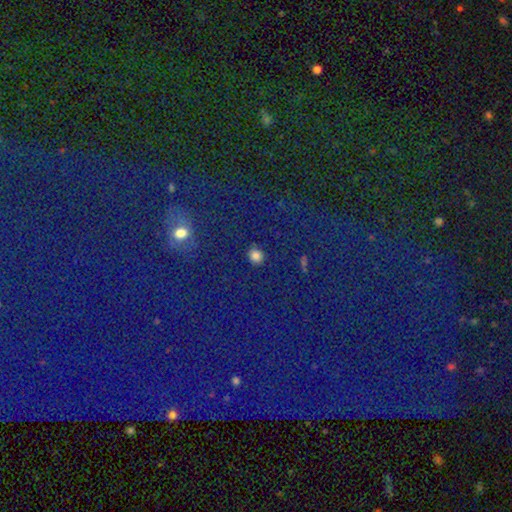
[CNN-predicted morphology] A smooth galaxy with no disk features (74%) that is round (81%).

Vote fractions:
- Smooth or featured? smooth: 74% / star or artifact: 21% / featured or disk: 5%
- How rounded? round: 81% / in between: 18% / cigar-shaped: 1%
- Merging? none: 88% / minor disturbance: 7% / major disturbance: 3% / merger: 2%